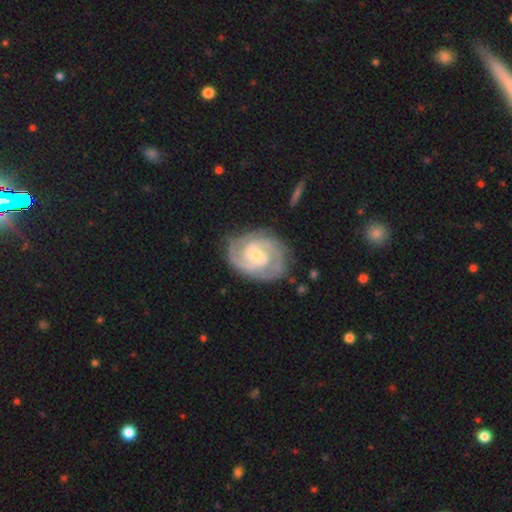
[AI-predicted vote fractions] The model was most divided on "bar": no: 51%, weak: 39%, strong: 10%. More confident: spiral arms — yes (98%); edge-on disk — no (98%); smooth or featured — featured or disk (91%); merging — none (78%); spiral winding — tight (65%); bulge size — small (56%); spiral arm count — 2 (50%).